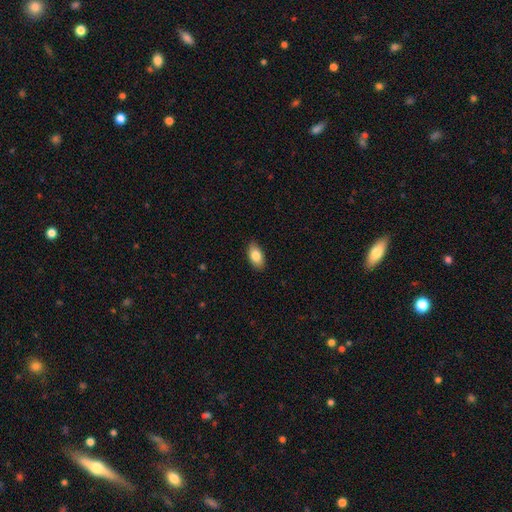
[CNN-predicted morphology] Q: Smooth or featured?
A: smooth (83%); runner-up: featured or disk (10%)
Q: How rounded?
A: in between (93%); runner-up: round (4%)
Q: Merging?
A: none (88%); runner-up: minor disturbance (9%)